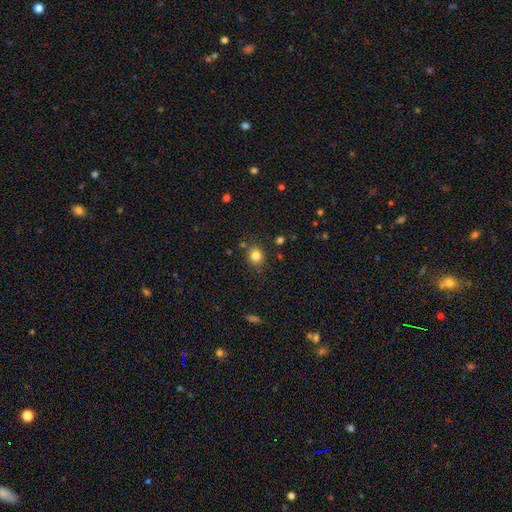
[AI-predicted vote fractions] This is clearly a smooth galaxy (83%). How rounded: clearly round (83%). Merging: clearly none (82%).